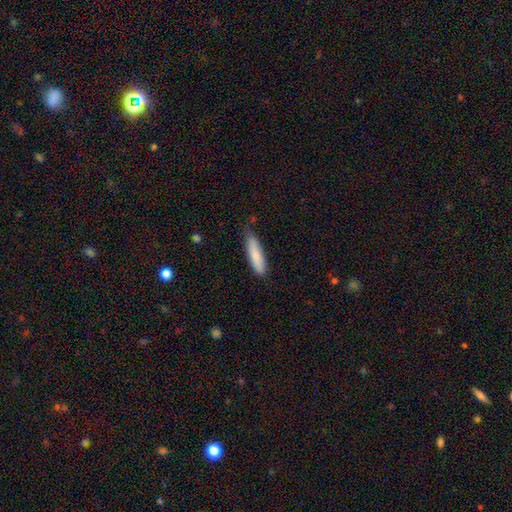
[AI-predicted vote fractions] This appears to be a smooth galaxy with no disk features (82%) that is cigar-shaped (72%). Merging: none (69%).